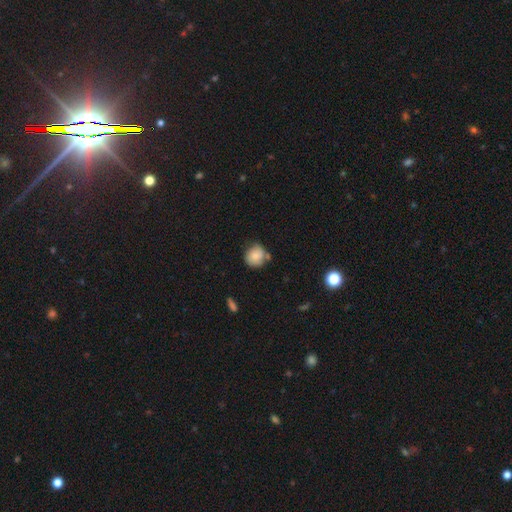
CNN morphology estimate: Q: Smooth or featured?
A: smooth (79%); runner-up: featured or disk (12%)
Q: How rounded?
A: round (79%); runner-up: in between (20%)
Q: Merging?
A: none (55%); runner-up: minor disturbance (26%)